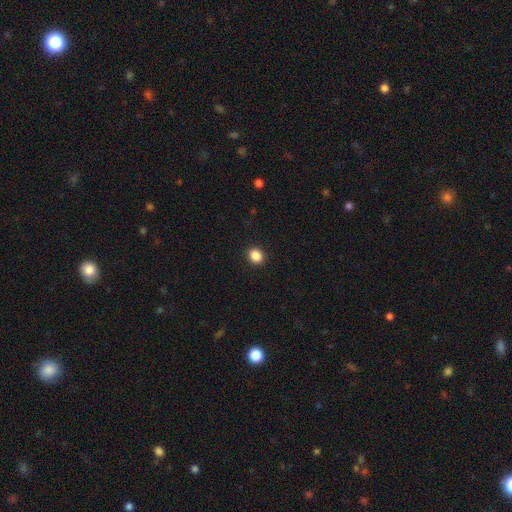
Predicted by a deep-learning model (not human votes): Smooth or featured?
  - smooth: 87% *
  - star or artifact: 10%
  - featured or disk: 3%
How rounded?
  - round: 64% *
  - in between: 35%
  - cigar-shaped: 1%
Merging?
  - none: 92% *
  - minor disturbance: 6%
  - major disturbance: 2%
  - merger: 1%